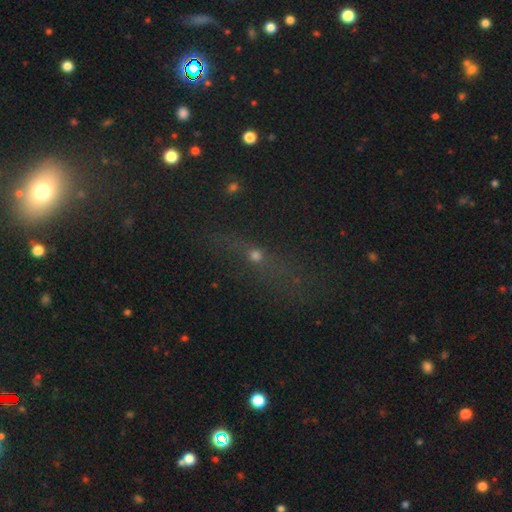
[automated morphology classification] Q: Smooth or featured?
A: smooth (39%); runner-up: featured or disk (32%)
Q: Merging?
A: none (57%); runner-up: major disturbance (17%)